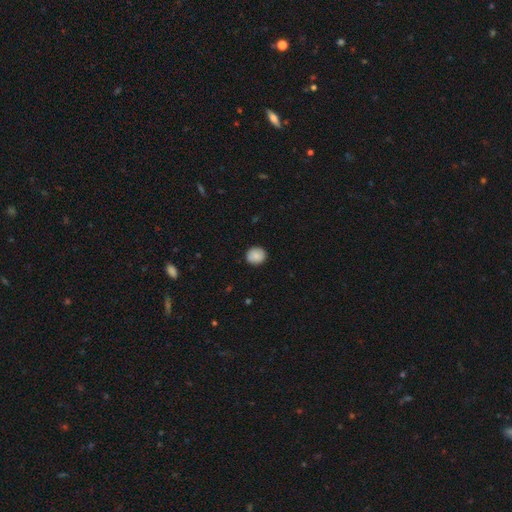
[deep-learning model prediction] smooth_or_featured: smooth (p=0.86) [alt: star or artifact p=0.08]
how_rounded: round (p=0.84) [alt: in between p=0.15]
merging: none (p=0.88) [alt: minor disturbance p=0.09]